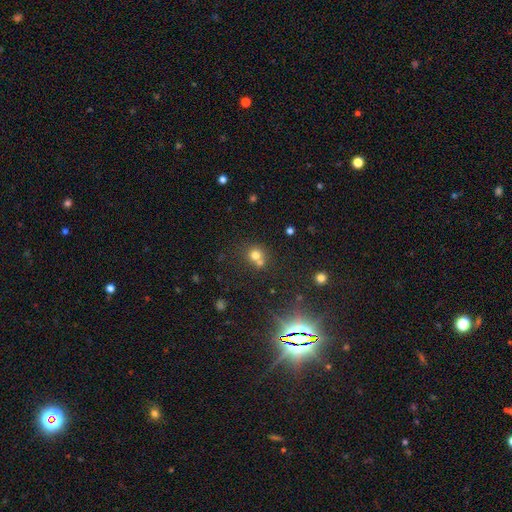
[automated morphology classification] smooth 70%, star or artifact 19%, featured or disk 11%. Down the decision tree: how rounded — round (85%); merging — none (47%).